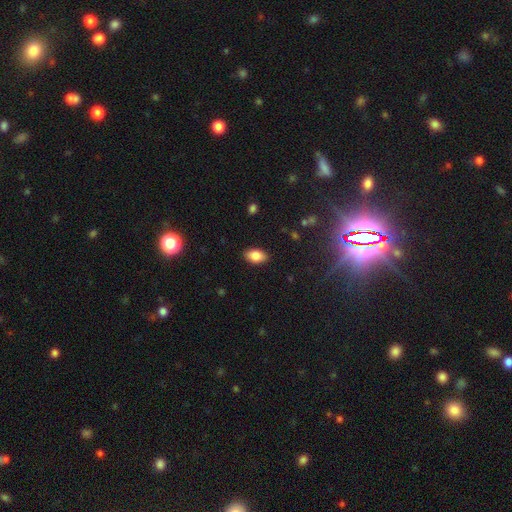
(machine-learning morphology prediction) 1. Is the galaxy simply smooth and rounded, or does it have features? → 85% smooth, 8% star or artifact, 7% featured or disk.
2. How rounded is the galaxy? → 91% in between, 7% round, 2% cigar-shaped.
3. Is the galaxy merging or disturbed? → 87% none, 9% minor disturbance, 2% major disturbance, 1% merger.